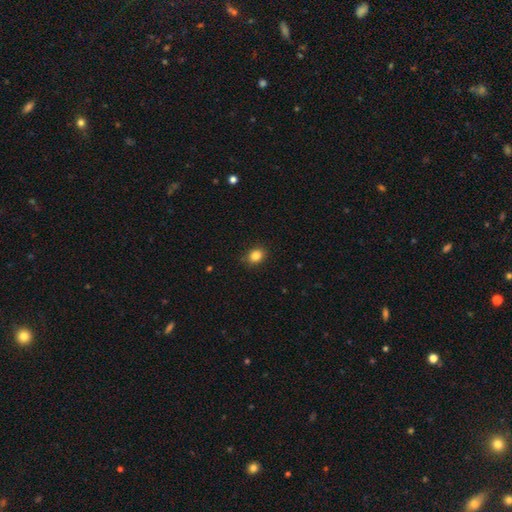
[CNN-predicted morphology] Q: Smooth or featured?
A: smooth (86%); runner-up: star or artifact (10%)
Q: How rounded?
A: round (50%); runner-up: in between (49%)
Q: Merging?
A: none (87%); runner-up: minor disturbance (10%)